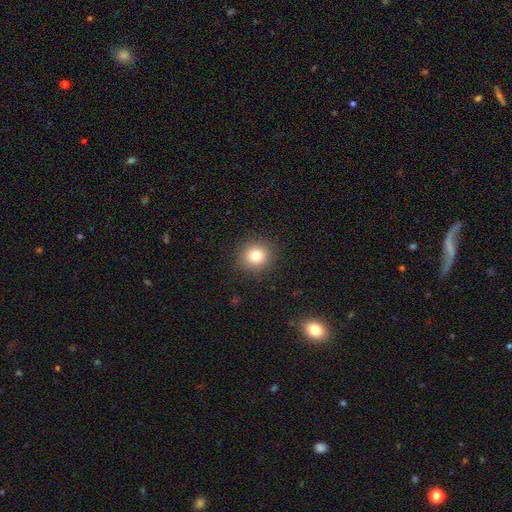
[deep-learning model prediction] This is clearly a smooth galaxy (80%). How rounded: clearly round (90%). Merging: clearly none (90%).